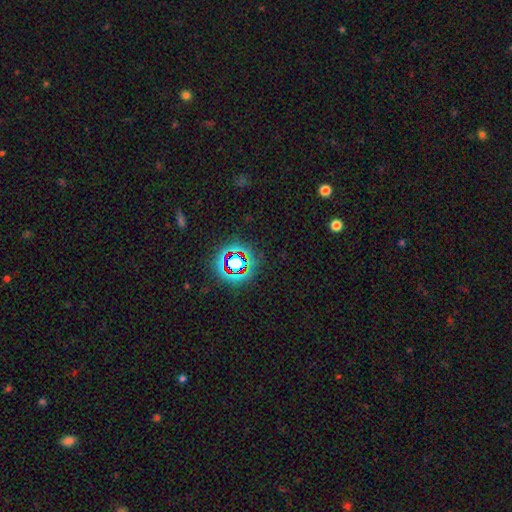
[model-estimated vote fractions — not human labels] The model was most divided on "smooth or featured": star or artifact: 74%, smooth: 15%, featured or disk: 11%.